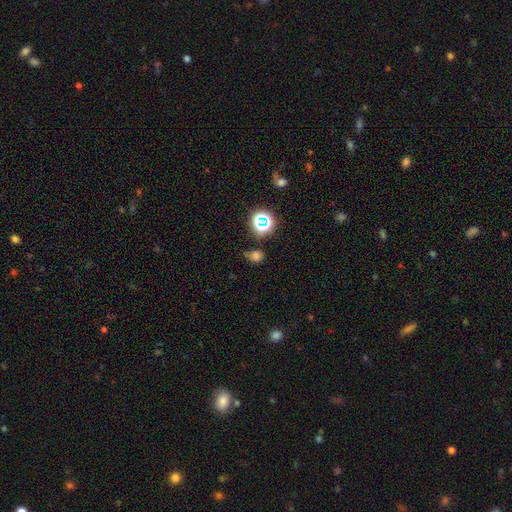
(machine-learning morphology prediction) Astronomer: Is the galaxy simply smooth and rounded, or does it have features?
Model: smooth — 63%.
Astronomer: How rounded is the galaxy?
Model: round — 66%.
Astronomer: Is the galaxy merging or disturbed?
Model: none — 57%.